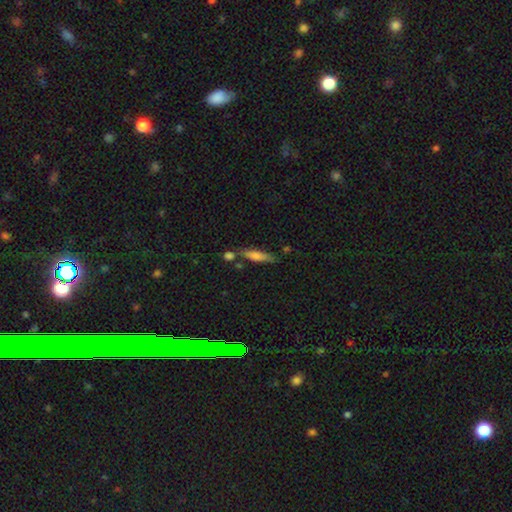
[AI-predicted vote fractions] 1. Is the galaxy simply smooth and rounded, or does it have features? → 67% smooth, 26% featured or disk, 7% star or artifact.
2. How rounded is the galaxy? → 76% cigar-shaped, 22% in between, 2% round.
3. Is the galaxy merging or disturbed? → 66% none, 15% minor disturbance, 15% merger, 4% major disturbance.